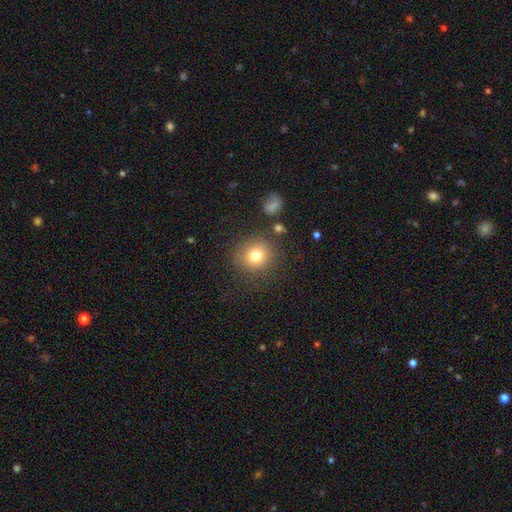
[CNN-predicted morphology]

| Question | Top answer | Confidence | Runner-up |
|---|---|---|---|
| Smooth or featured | smooth | 78% | star or artifact (13%) |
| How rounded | round | 91% | in between (8%) |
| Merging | none | 83% | minor disturbance (10%) |